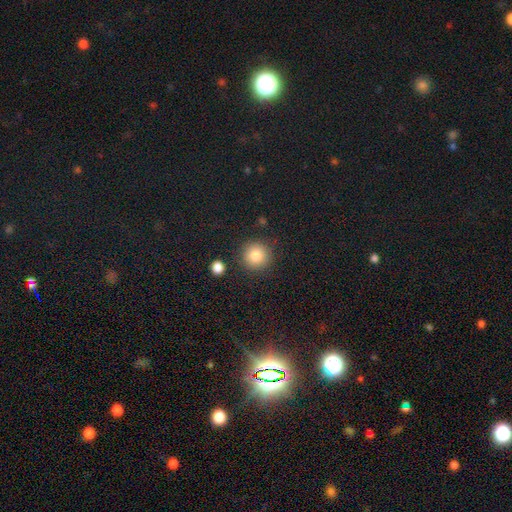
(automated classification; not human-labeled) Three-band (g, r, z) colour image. It shows a smooth galaxy with no disk features (84%) that is round (94%). Merging: none (88%).